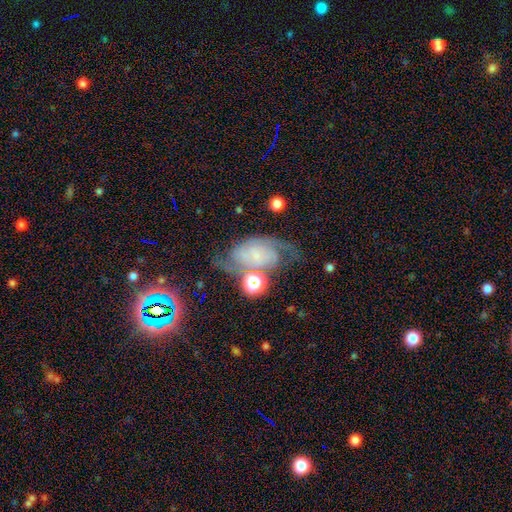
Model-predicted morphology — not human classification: Smooth or featured: featured or disk — 77% (smooth — 13%)
Edge-on disk: no — 97% (yes — 3%)
Bar: no — 64% (weak — 27%)
Spiral arms: yes — 95% (no — 5%)
Spiral winding: medium — 47% (tight — 30%)
Spiral arm count: 2 — 84% (can't tell — 7%)
Bulge size: small — 50% (none — 30%)
Merging: none — 55% (minor disturbance — 22%)